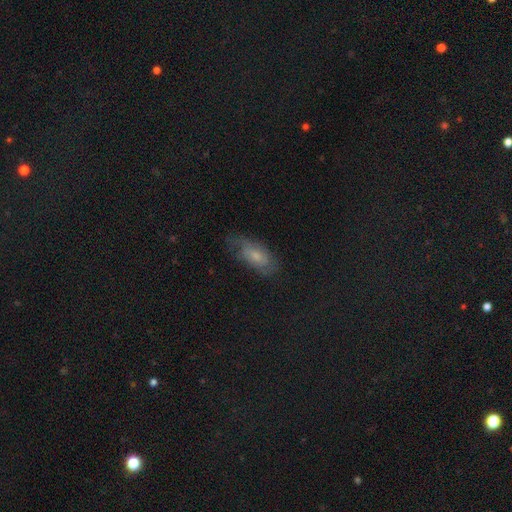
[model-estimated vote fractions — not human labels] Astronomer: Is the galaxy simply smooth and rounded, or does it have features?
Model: featured or disk — 45% (runner-up: smooth, 43%).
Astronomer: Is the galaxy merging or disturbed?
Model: none — 62%.